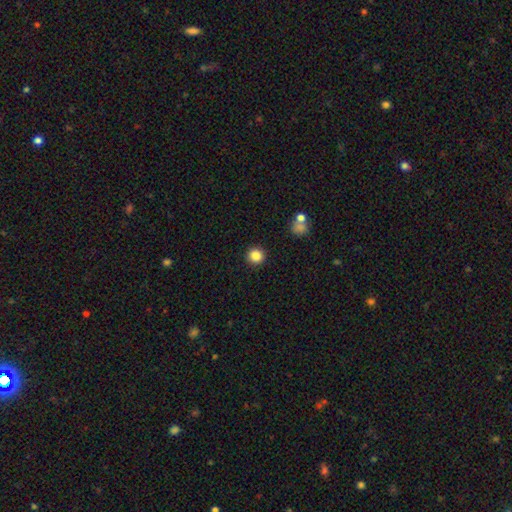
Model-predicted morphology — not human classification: Overall: smooth (85%). How rounded: round (94%). Merging: none (92%).